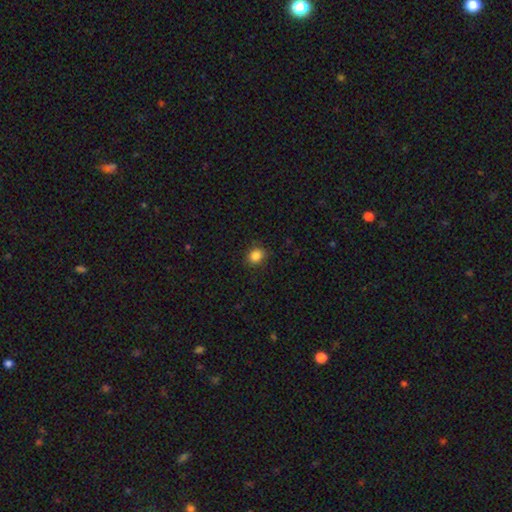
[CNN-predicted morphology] smooth_or_featured: smooth (p=0.86) [alt: star or artifact p=0.11]
how_rounded: round (p=0.66) [alt: in between p=0.34]
merging: none (p=0.86) [alt: minor disturbance p=0.10]